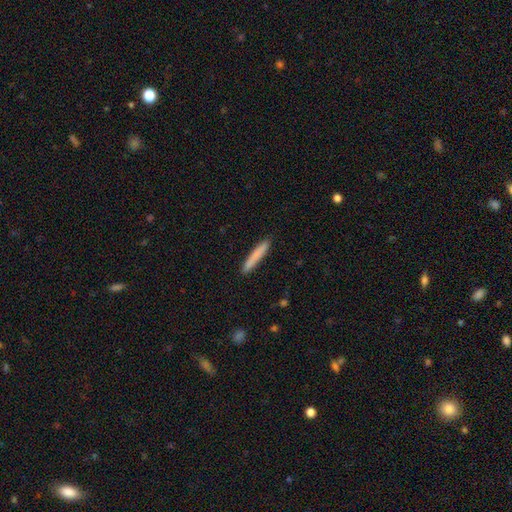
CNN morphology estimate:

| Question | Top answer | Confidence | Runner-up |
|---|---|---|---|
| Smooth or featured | smooth | 81% | featured or disk (13%) |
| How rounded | cigar-shaped | 95% | in between (4%) |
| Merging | none | 90% | minor disturbance (7%) |